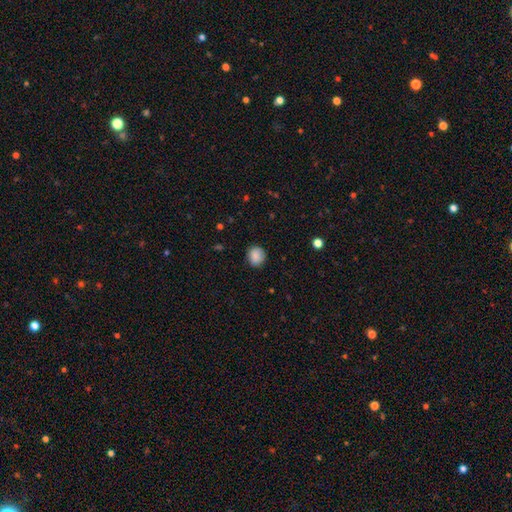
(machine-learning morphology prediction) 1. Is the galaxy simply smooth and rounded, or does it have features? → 87% smooth, 8% star or artifact, 5% featured or disk.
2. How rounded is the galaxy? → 76% round, 23% in between, 1% cigar-shaped.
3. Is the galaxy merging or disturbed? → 84% none, 13% minor disturbance, 3% major disturbance, 1% merger.